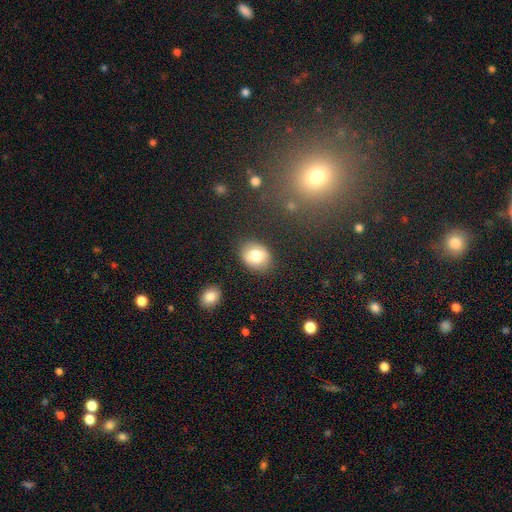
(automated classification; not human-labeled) smooth 78%, featured or disk 14%, star or artifact 8%. Down the decision tree: how rounded — in between (63%); merging — none (82%).